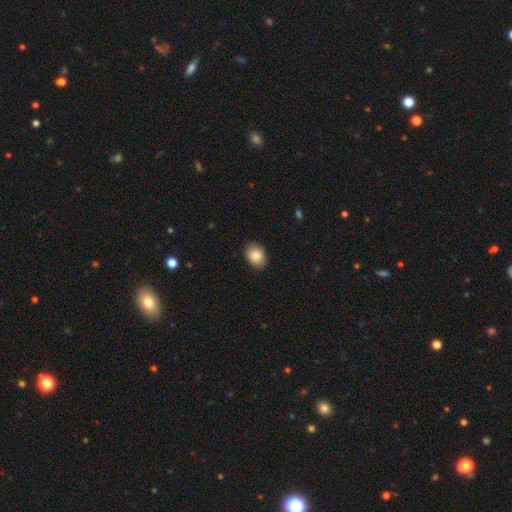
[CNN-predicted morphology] smooth-or-featured: smooth: 88% | star or artifact: 8% | featured or disk: 5%
  how-rounded: in between: 61% | round: 38% | cigar-shaped: 1%
  merging: none: 86% | minor disturbance: 10% | major disturbance: 2% | merger: 1%